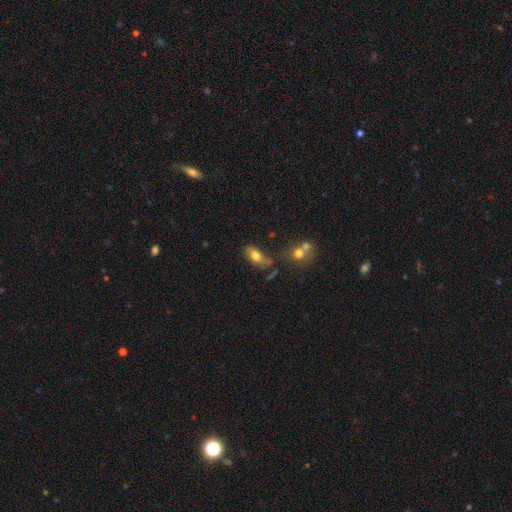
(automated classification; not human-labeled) smooth 72%, featured or disk 19%, star or artifact 9%. Down the decision tree: how rounded — in between (87%); merging — none (59%).